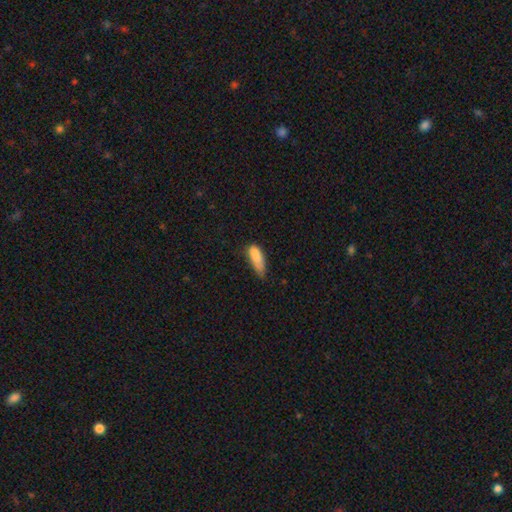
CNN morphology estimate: The model was most divided on "merging": minor disturbance: 48%, none: 35%, major disturbance: 14%, merger: 3%. More confident: smooth or featured — smooth (85%); how rounded — in between (66%).